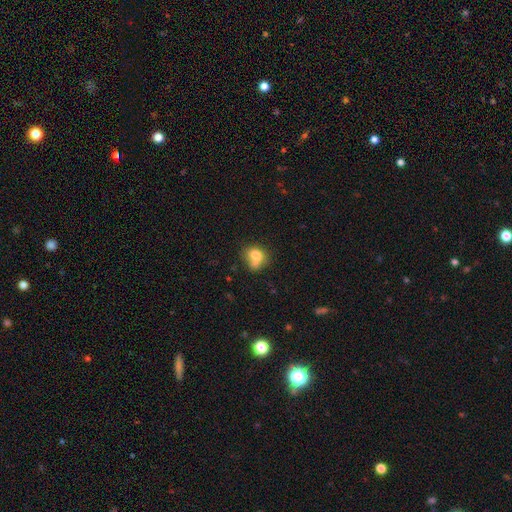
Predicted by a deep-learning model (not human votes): This is likely a smooth galaxy (74%). How rounded: possibly round (57%). Merging: marginally merger (37%).